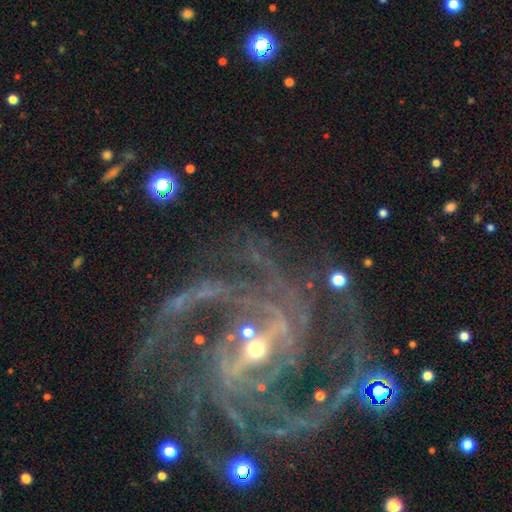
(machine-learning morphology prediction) A featured or disk galaxy (92%) with a strong bar (47%), 2 (25%) medium (50%) spiral arms (99%) and a small central bulge (71%).

Vote fractions:
- Smooth or featured? featured or disk: 92% / star or artifact: 6% / smooth: 2%
- Edge-on disk? no: 98% / yes: 2%
- Bar? strong: 47% / weak: 37% / no: 16%
- Spiral arms? yes: 99% / no: 1%
- Spiral winding? medium: 50% / tight: 39% / loose: 11%
- Spiral arm count? 2: 25% / 3: 22% / 4: 20% / can't tell: 13% / more than 4: 12% / 1: 9%
- Bulge size? small: 71% / moderate: 25% / none: 2% / large: 1% / dominant: 1%
- Merging? none: 68% / minor disturbance: 15% / major disturbance: 14% / merger: 3%